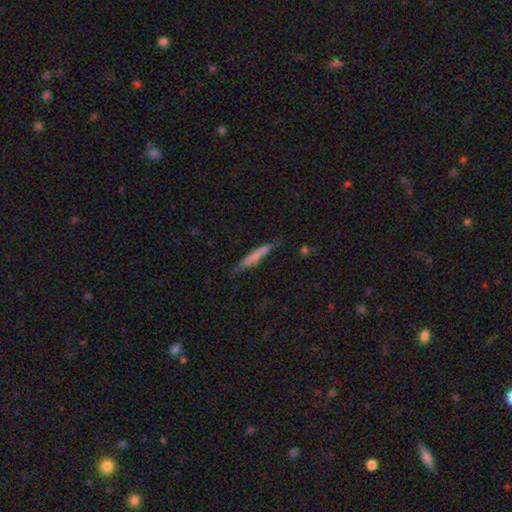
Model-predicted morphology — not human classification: A smooth galaxy with no disk features (63%) that is cigar-shaped (94%).

Vote fractions:
- Smooth or featured? smooth: 63% / featured or disk: 31% / star or artifact: 7%
- How rounded? cigar-shaped: 94% / in between: 5% / round: 2%
- Merging? none: 74% / minor disturbance: 19% / major disturbance: 4% / merger: 2%